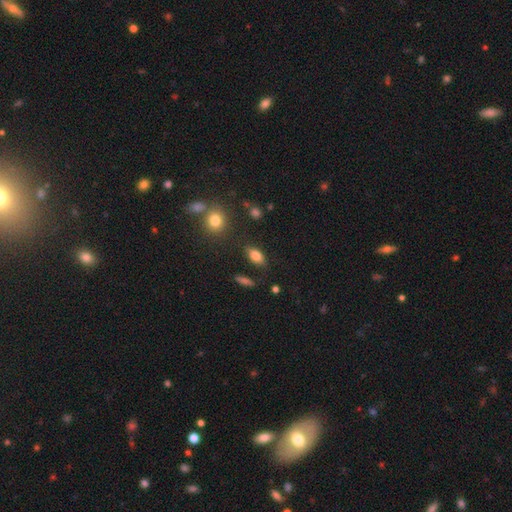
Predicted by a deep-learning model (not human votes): This is likely a smooth galaxy (79%). How rounded: clearly in between (85%). Merging: clearly none (81%).